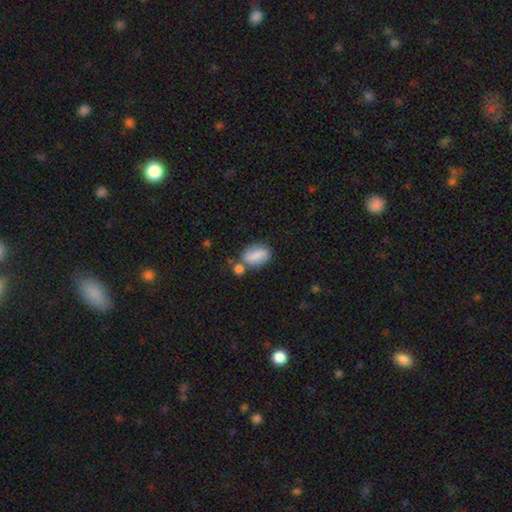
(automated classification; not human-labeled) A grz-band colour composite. It shows a smooth galaxy with no disk features (82%) that is in between round and cigar-shaped (85%). Merging: none (54%).